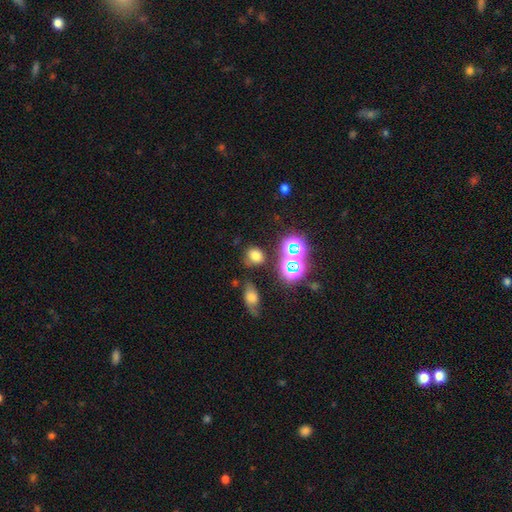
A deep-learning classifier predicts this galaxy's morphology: Overall: smooth (67%). How rounded: round (62%; in between 36%). Merging: none (73%).